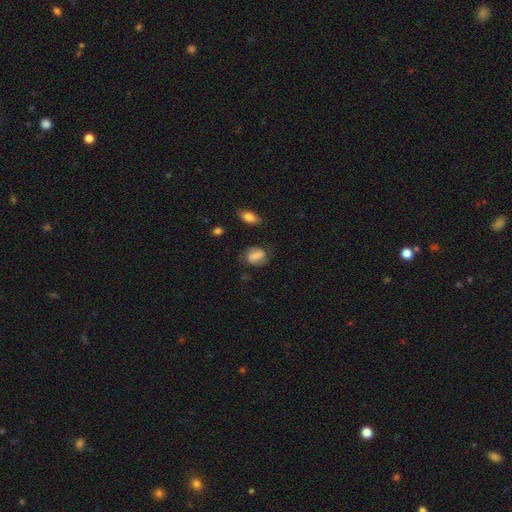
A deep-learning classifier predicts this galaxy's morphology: This appears to be a smooth galaxy with no disk features (62%) that is in between round and cigar-shaped (68%). Merging: none (67%).